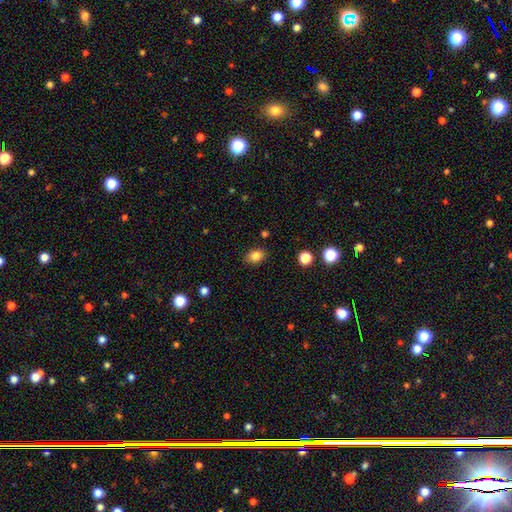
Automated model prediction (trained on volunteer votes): smooth-or-featured: smooth: 84% | star or artifact: 10% | featured or disk: 6%
  how-rounded: in between: 71% | round: 28% | cigar-shaped: 1%
  merging: none: 85% | minor disturbance: 11% | major disturbance: 3% | merger: 2%